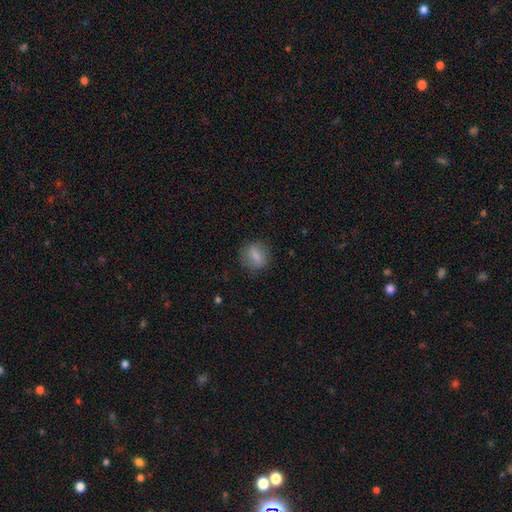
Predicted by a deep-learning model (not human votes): Smooth or featured? smooth (77%)
How rounded? round (63%)
Merging? none (83%)